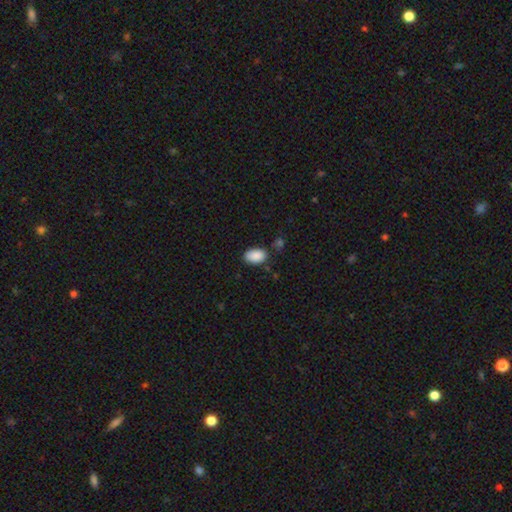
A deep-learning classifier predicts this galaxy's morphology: smooth 89%, star or artifact 7%, featured or disk 3%. Down the decision tree: how rounded — in between (93%); merging — none (77%).